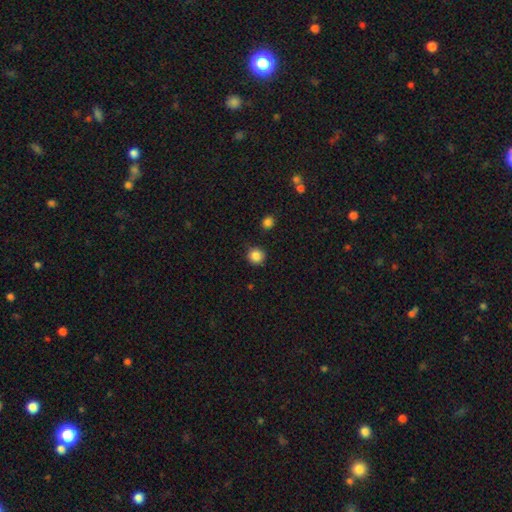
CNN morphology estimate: This appears to be a smooth galaxy with no disk features (86%) that is round (94%). Merging: none (90%).